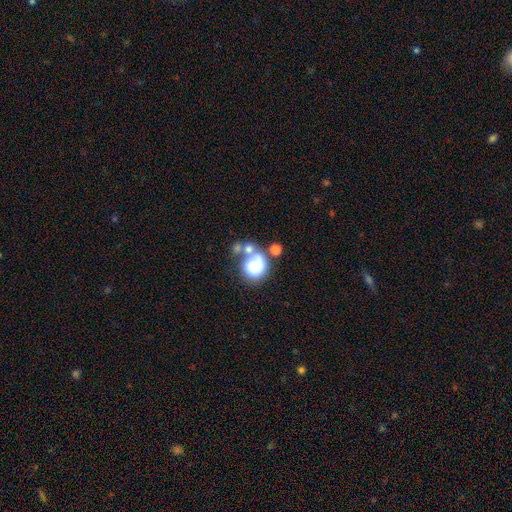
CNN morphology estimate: smooth 68%, featured or disk 22%, star or artifact 10%. Down the decision tree: how rounded — round (68%); merging — merger (44%).